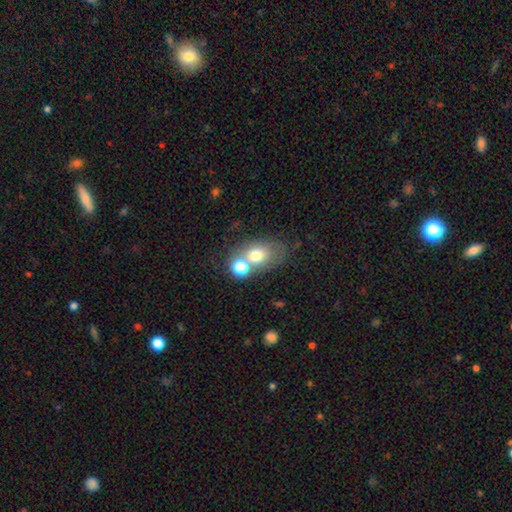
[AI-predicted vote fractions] A smooth galaxy with no disk features (68%) that is in between round and cigar-shaped (66%). Merging: merger (40%).